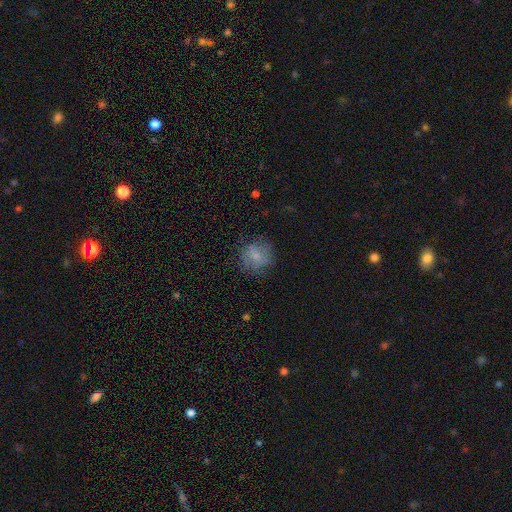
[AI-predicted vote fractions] Smooth or featured? smooth (69%)
How rounded? round (82%)
Merging? none (71%)